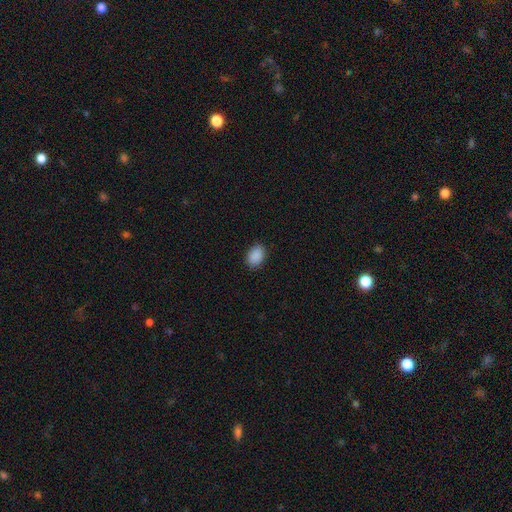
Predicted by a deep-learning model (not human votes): Overall: smooth (90%). How rounded: in between (78%). Merging: none (87%).